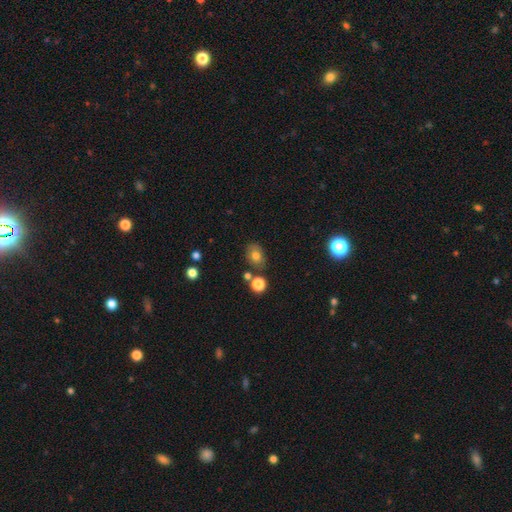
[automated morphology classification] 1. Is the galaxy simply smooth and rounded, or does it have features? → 74% smooth, 13% featured or disk, 13% star or artifact.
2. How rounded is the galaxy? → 66% in between, 33% round, 1% cigar-shaped.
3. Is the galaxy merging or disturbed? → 74% none, 13% minor disturbance, 9% merger, 4% major disturbance.